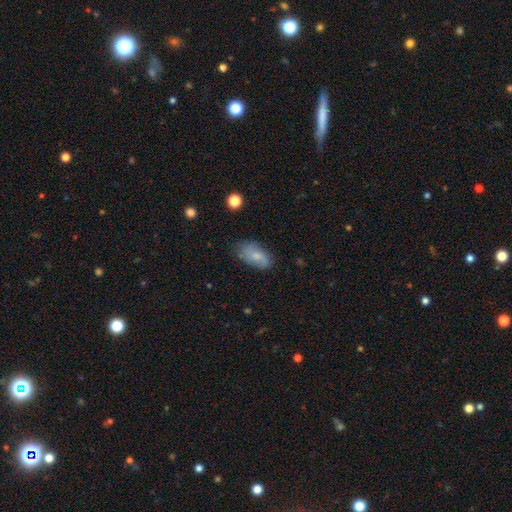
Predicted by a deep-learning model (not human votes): A smooth galaxy with no disk features (73%) that is in between round and cigar-shaped (92%). Merging: none (70%).